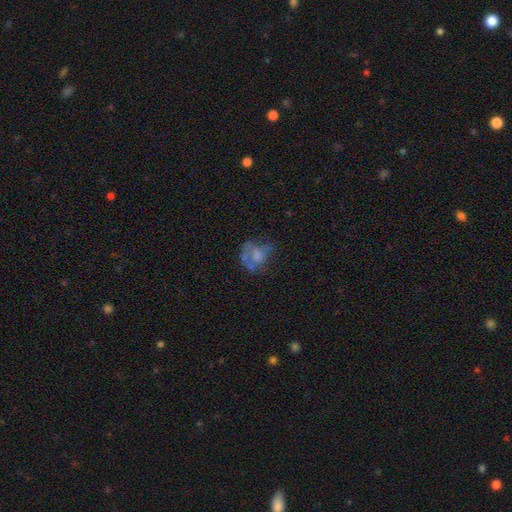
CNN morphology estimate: A featured or disk galaxy (44%). Merging: none (36%).